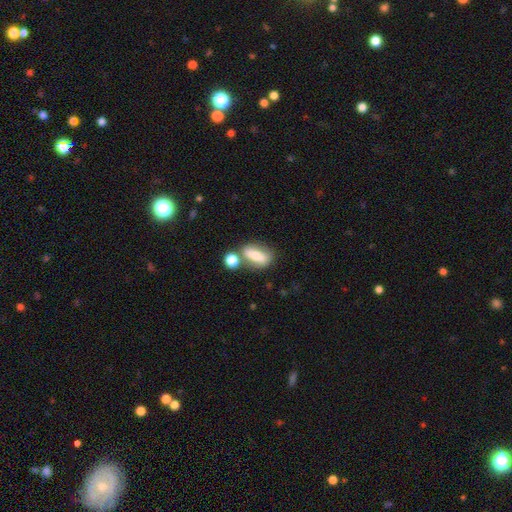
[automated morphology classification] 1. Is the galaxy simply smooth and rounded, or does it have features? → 63% smooth, 28% featured or disk, 9% star or artifact.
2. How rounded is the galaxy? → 69% in between, 20% cigar-shaped, 11% round.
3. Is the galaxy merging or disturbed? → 54% none, 24% merger, 15% minor disturbance, 7% major disturbance.